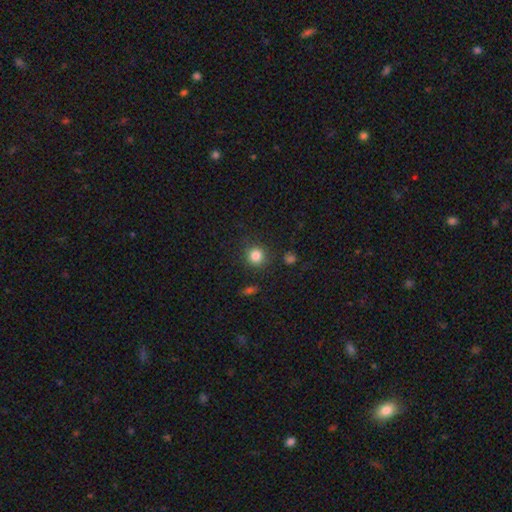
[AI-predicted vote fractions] Smooth or featured?
  - smooth: 84% *
  - star or artifact: 11%
  - featured or disk: 5%
How rounded?
  - round: 92% *
  - in between: 7%
  - cigar-shaped: 1%
Merging?
  - none: 87% *
  - minor disturbance: 8%
  - major disturbance: 3%
  - merger: 2%